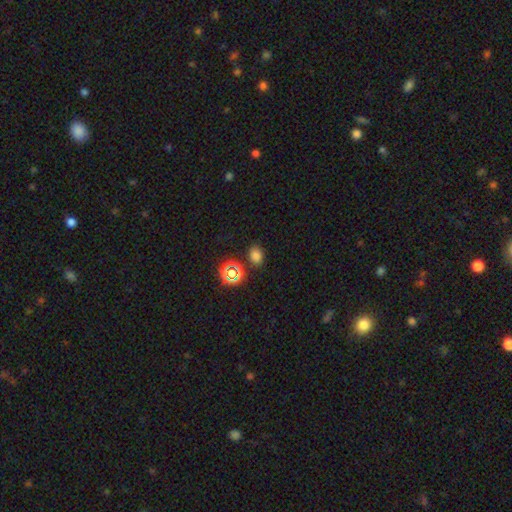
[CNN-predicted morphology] smooth 73%, star or artifact 22%, featured or disk 5%. Down the decision tree: how rounded — in between (62%); merging — none (79%).